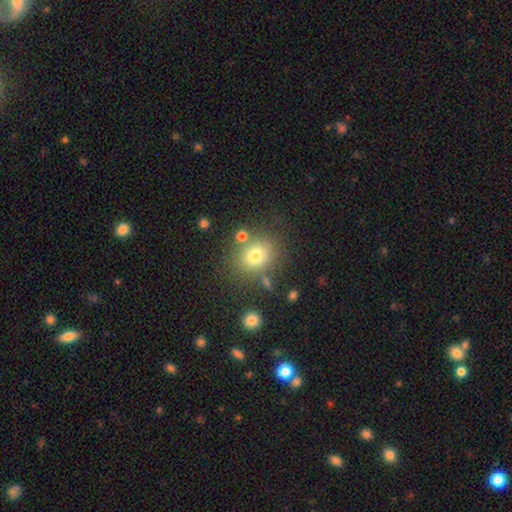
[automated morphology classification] A smooth galaxy with no disk features (75%) that is round (67%).

Vote fractions:
- Smooth or featured? smooth: 75% / star or artifact: 13% / featured or disk: 11%
- How rounded? round: 67% / in between: 32% / cigar-shaped: 1%
- Merging? none: 72% / minor disturbance: 12% / merger: 10% / major disturbance: 6%